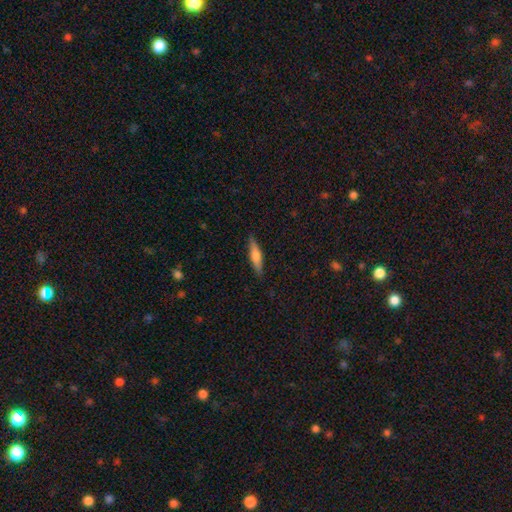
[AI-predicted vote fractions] Smooth or featured? Predicted: smooth (p=0.56). How rounded? Predicted: cigar-shaped (p=0.82). Merging? Predicted: none (p=0.88).